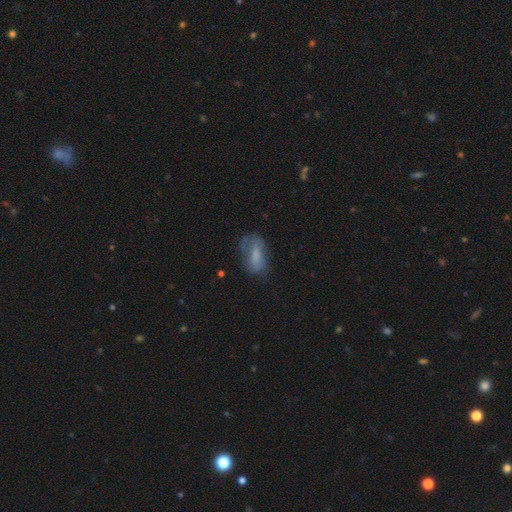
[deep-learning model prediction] smooth_or_featured: smooth (p=0.63) [alt: featured or disk p=0.27]
how_rounded: in between (p=0.78) [alt: cigar-shaped p=0.17]
merging: none (p=0.49) [alt: minor disturbance p=0.28]